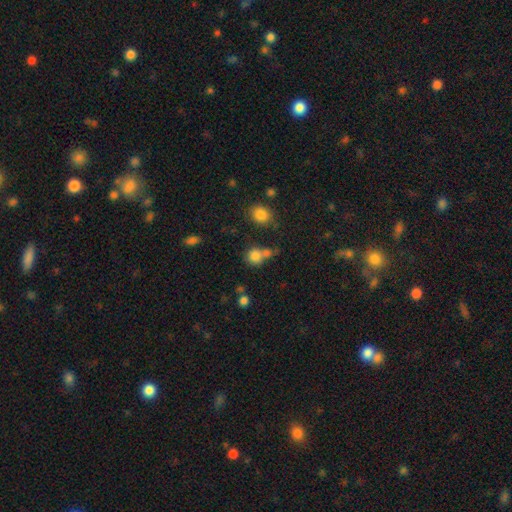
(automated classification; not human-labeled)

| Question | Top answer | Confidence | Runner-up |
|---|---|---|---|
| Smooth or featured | smooth | 80% | star or artifact (13%) |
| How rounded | round | 80% | in between (19%) |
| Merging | none | 48% | merger (34%) |